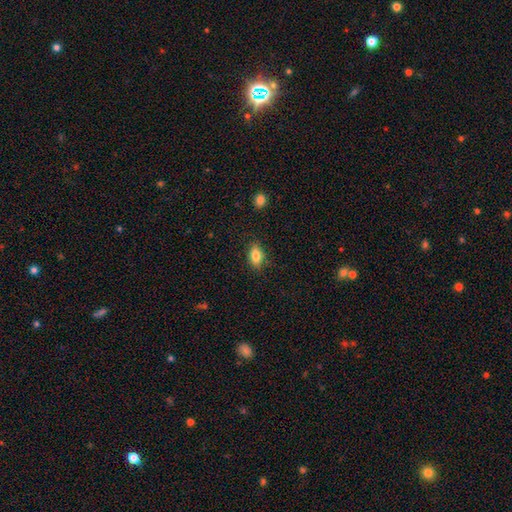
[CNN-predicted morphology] A smooth galaxy with no disk features (80%) that is in between round and cigar-shaped (84%).

Vote fractions:
- Smooth or featured? smooth: 80% / featured or disk: 11% / star or artifact: 9%
- How rounded? in between: 84% / round: 10% / cigar-shaped: 5%
- Merging? none: 82% / minor disturbance: 13% / major disturbance: 3% / merger: 1%